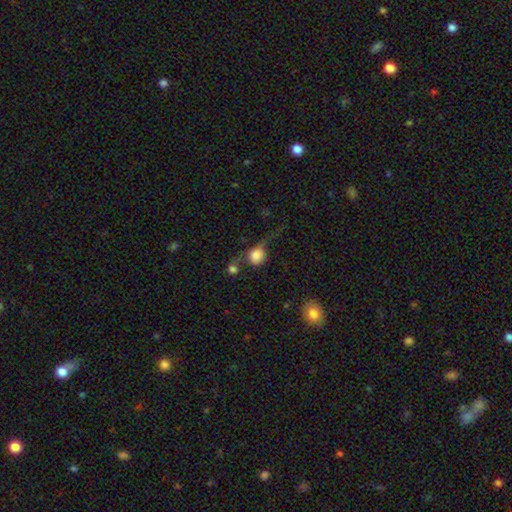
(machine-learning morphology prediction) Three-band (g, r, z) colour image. It shows a smooth galaxy with no disk features (72%) that is round (73%). Merging: major disturbance (29%).